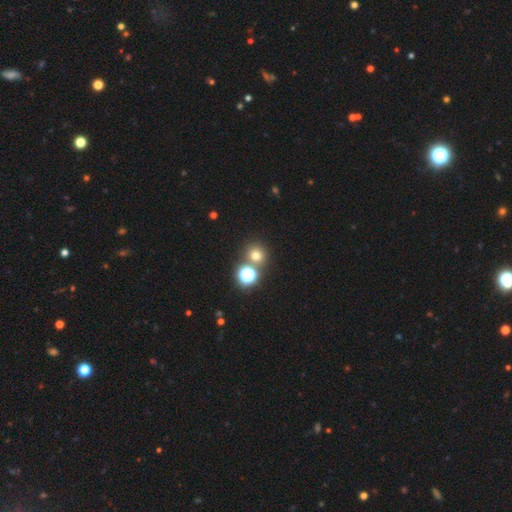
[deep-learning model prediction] A smooth galaxy with no disk features (67%) that is round (91%). Merging: none (73%).